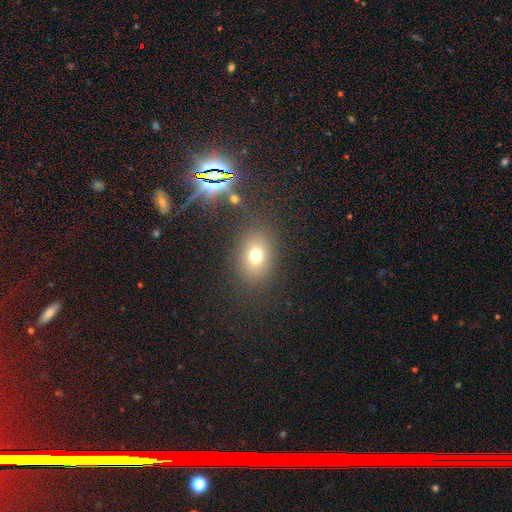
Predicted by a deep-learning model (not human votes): Smooth or featured?
  - smooth: 72% *
  - star or artifact: 17%
  - featured or disk: 12%
How rounded?
  - in between: 56% *
  - round: 42%
  - cigar-shaped: 1%
Merging?
  - none: 82% *
  - minor disturbance: 10%
  - major disturbance: 5%
  - merger: 3%